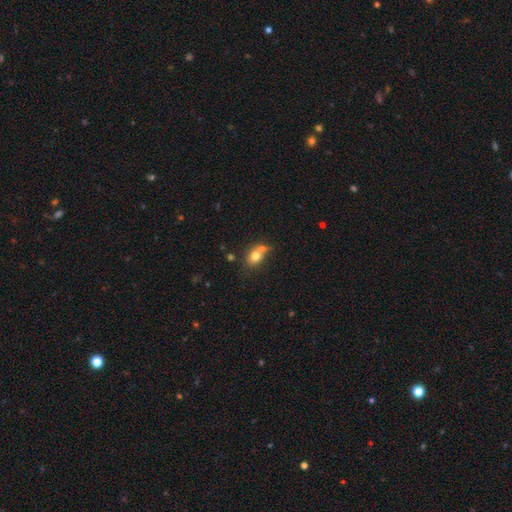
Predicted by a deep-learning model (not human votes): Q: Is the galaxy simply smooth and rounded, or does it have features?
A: smooth — 76%.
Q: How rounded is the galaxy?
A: in between — 53%.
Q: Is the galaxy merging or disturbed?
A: none — 40%.